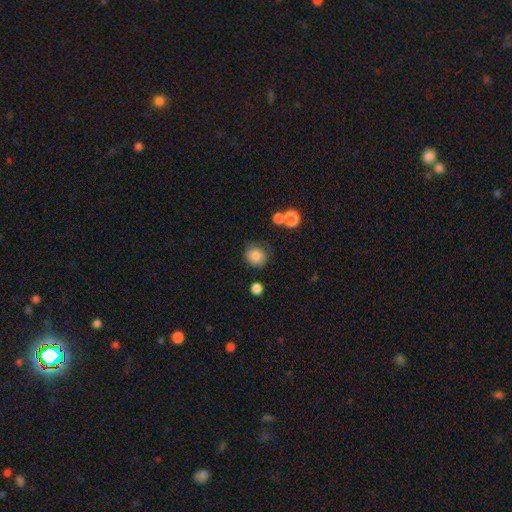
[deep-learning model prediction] Smooth or featured?
  - smooth: 85% *
  - star or artifact: 10%
  - featured or disk: 5%
How rounded?
  - round: 86% *
  - in between: 13%
  - cigar-shaped: 1%
Merging?
  - none: 75% *
  - minor disturbance: 16%
  - major disturbance: 5%
  - merger: 4%